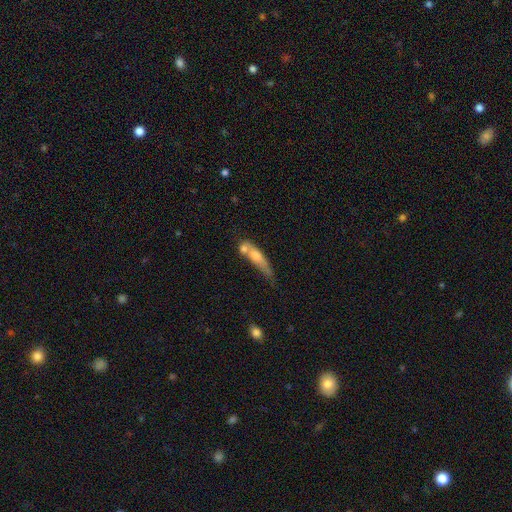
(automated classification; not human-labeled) This appears to be a smooth galaxy with no disk features (61%) that is cigar-shaped (66%). Merging: merger (37%).